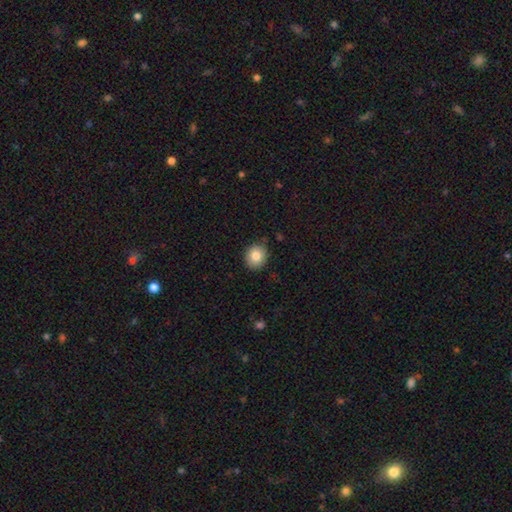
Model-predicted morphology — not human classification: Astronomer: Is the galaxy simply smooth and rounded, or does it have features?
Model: smooth — 83%.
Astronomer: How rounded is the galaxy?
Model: round — 75%.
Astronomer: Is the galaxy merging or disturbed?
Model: none — 86%.